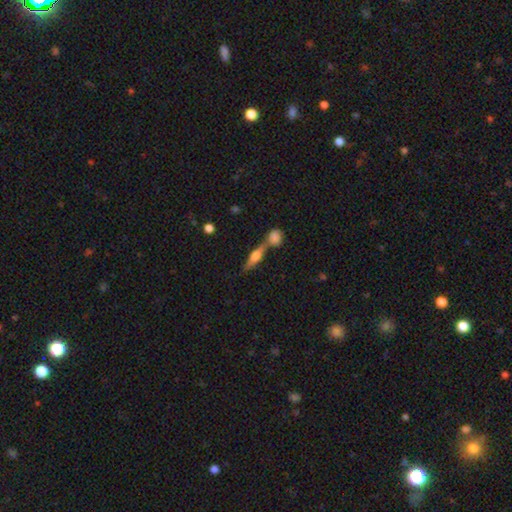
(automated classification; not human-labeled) This appears to be a featured or disk galaxy (54%) viewed edge-on (92%). Merging: none (57%).